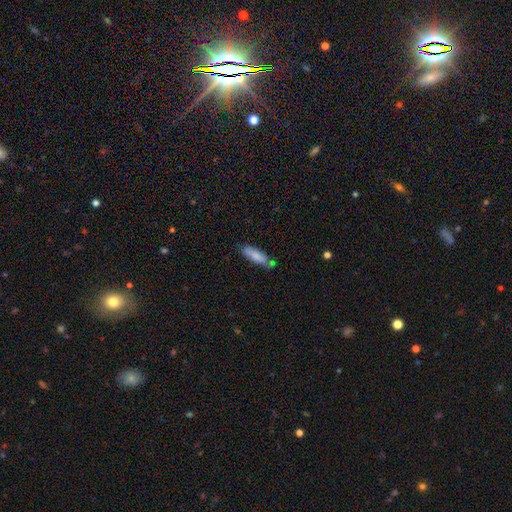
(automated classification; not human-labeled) Morphology: type=smooth (77%); roundness=cigar-shaped (55%); merging=none (58%).